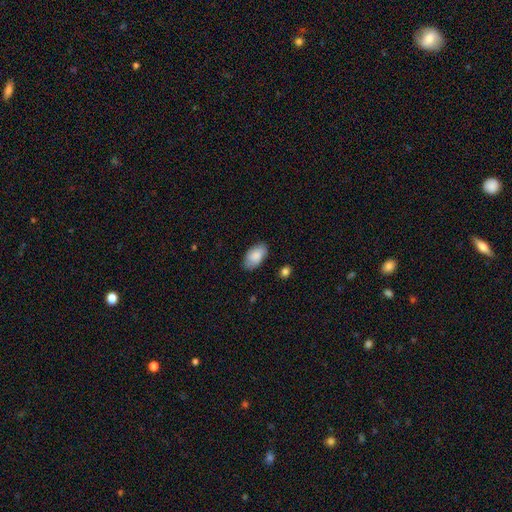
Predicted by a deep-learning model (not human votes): smooth_or_featured: smooth (p=0.83) [alt: featured or disk p=0.11]
how_rounded: in between (p=0.94) [alt: round p=0.05]
merging: none (p=0.80) [alt: minor disturbance p=0.15]